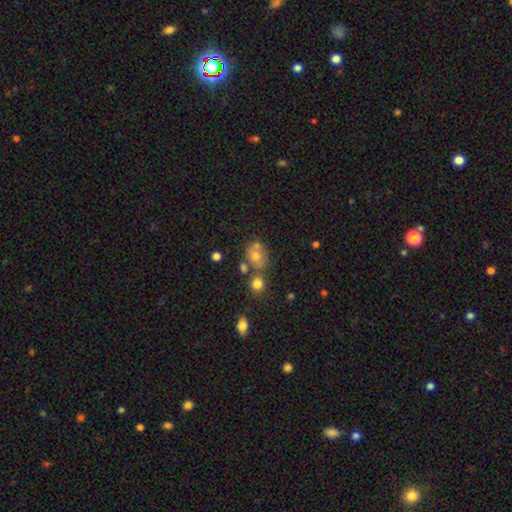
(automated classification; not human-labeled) Smooth or featured: smooth — 63% (featured or disk — 24%)
How rounded: round — 57% (in between — 42%)
Merging: none — 48% (merger — 24%)